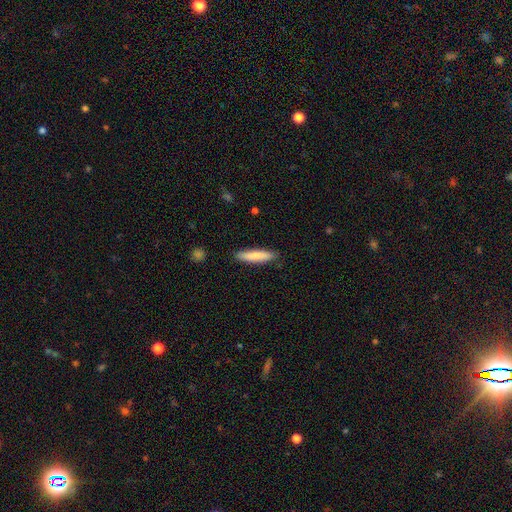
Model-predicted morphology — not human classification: A smooth galaxy with no disk features (81%) that is cigar-shaped (84%).

Vote fractions:
- Smooth or featured? smooth: 81% / featured or disk: 13% / star or artifact: 6%
- How rounded? cigar-shaped: 84% / in between: 15% / round: 1%
- Merging? none: 89% / minor disturbance: 8% / major disturbance: 2% / merger: 1%